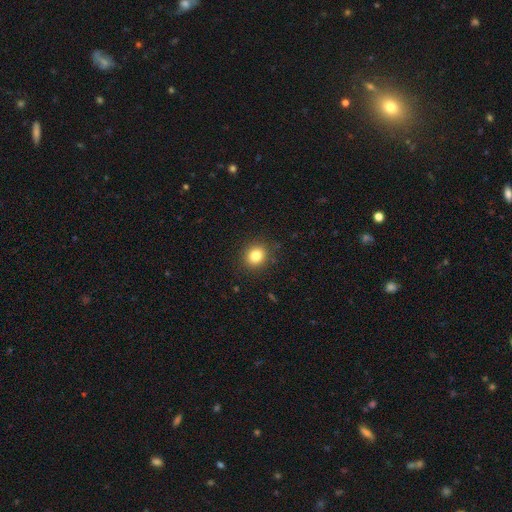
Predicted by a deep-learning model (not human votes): This is clearly a smooth galaxy (82%). How rounded: likely round (78%). Merging: clearly none (89%).